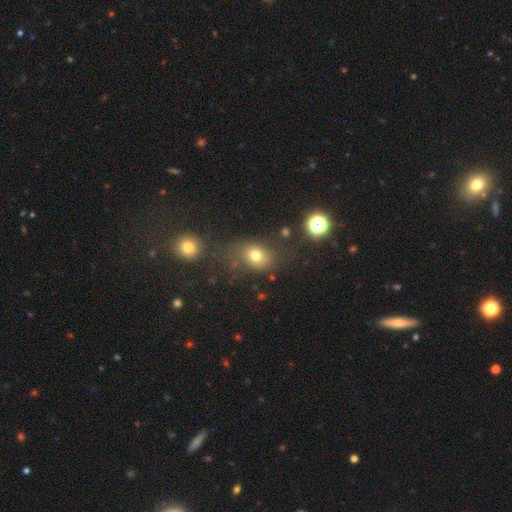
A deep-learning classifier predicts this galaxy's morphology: A smooth galaxy with no disk features (74%) that is in between round and cigar-shaped (51%).

Vote fractions:
- Smooth or featured? smooth: 74% / star or artifact: 15% / featured or disk: 11%
- How rounded? in between: 51% / round: 48% / cigar-shaped: 1%
- Merging? none: 63% / minor disturbance: 17% / major disturbance: 11% / merger: 9%